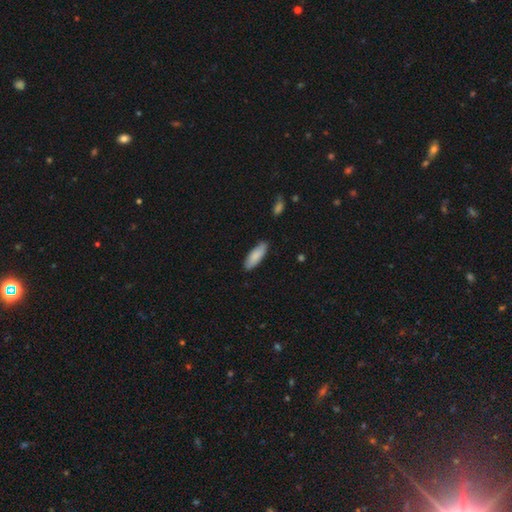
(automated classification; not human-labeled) Smooth or featured? smooth (86%)
How rounded? in between (60%)
Merging? none (85%)